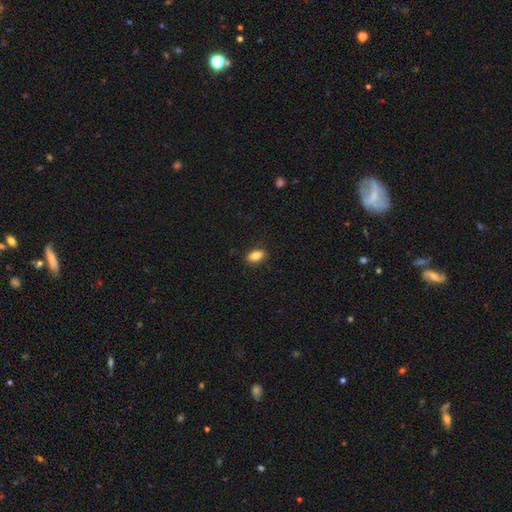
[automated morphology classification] type=smooth (85%); roundness=in between (88%); merging=none (88%).